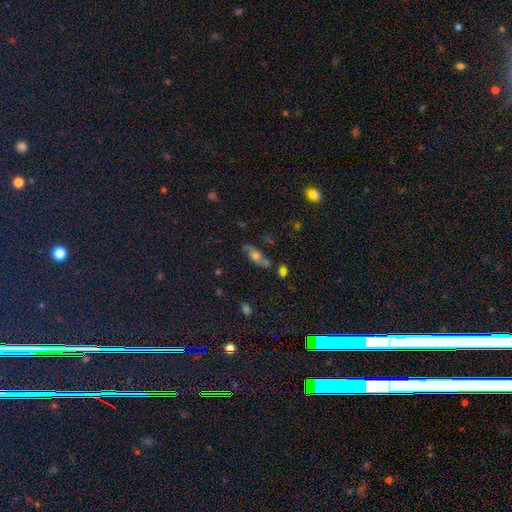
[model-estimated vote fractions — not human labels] Smooth or featured? Predicted: featured or disk (p=0.46). Merging? Predicted: none (p=0.64).